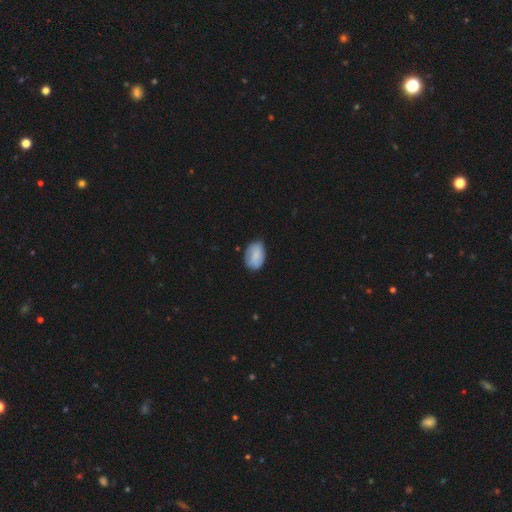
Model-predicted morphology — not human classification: A smooth galaxy with no disk features (81%) that is in between round and cigar-shaped (85%).

Vote fractions:
- Smooth or featured? smooth: 81% / featured or disk: 12% / star or artifact: 7%
- How rounded? in between: 85% / round: 14% / cigar-shaped: 1%
- Merging? none: 68% / minor disturbance: 25% / major disturbance: 5% / merger: 2%